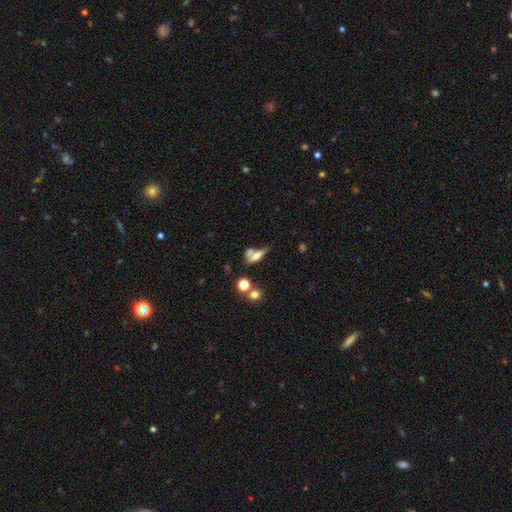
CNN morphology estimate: This is possibly a smooth galaxy (57%). How rounded: likely in between (61%). Merging: marginally merger (38%).